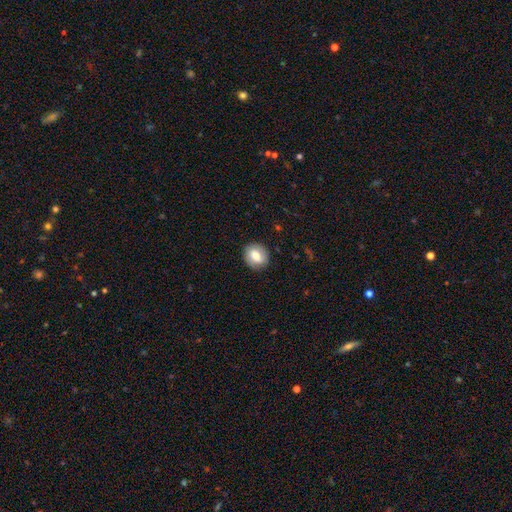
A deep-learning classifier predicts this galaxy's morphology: The model was most divided on "how rounded": round: 67%, in between: 32%, cigar-shaped: 1%. More confident: merging — none (85%); smooth or featured — smooth (69%).